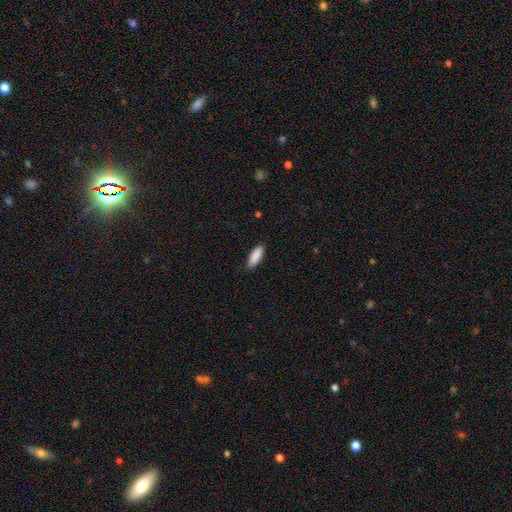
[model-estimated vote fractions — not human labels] The model was most divided on "how rounded": in between: 63%, cigar-shaped: 36%, round: 2%. More confident: smooth or featured — smooth (90%); merging — none (89%).